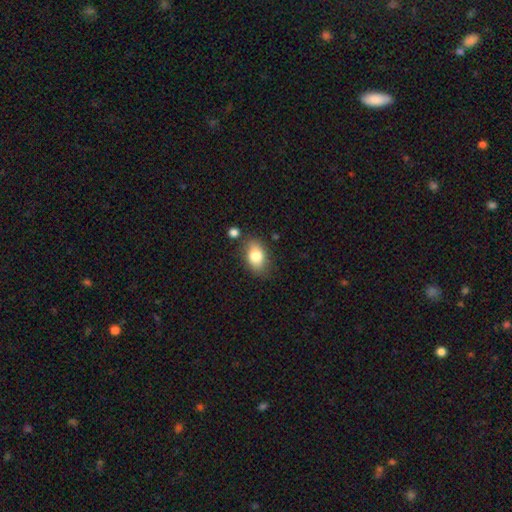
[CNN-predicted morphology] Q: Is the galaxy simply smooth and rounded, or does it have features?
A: smooth — 80%.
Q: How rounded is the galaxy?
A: in between — 85%.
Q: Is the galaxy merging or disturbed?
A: none — 77%.